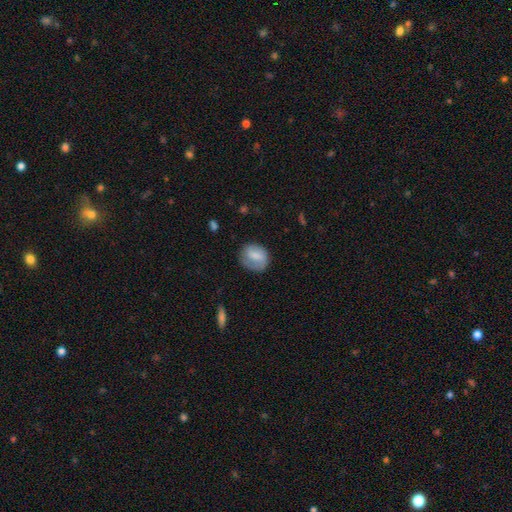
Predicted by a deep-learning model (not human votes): Smooth or featured: smooth — 70% (featured or disk — 23%)
How rounded: round — 67% (in between — 32%)
Merging: none — 65% (minor disturbance — 22%)